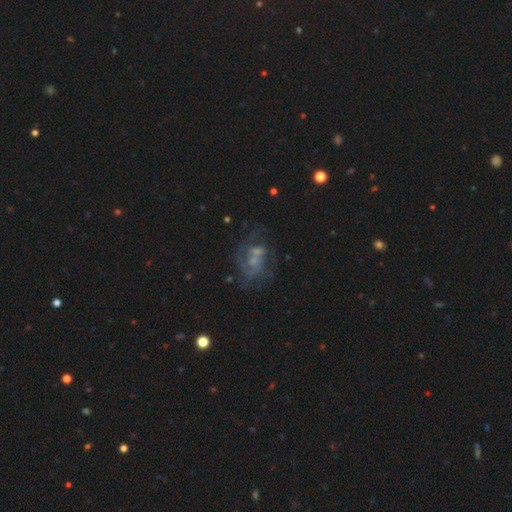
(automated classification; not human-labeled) smooth-or-featured: featured or disk: 60% | smooth: 21% | star or artifact: 19%
  disk-edge-on: no: 97% | yes: 3%
    bar: no: 74% | weak: 22% | strong: 4%
    has-spiral-arms: yes: 57% | no: 43%
    bulge-size: small: 44% | none: 28% | moderate: 23% | large: 3% | dominant: 2%
  merging: none: 46% | major disturbance: 21% | minor disturbance: 18% | merger: 14%